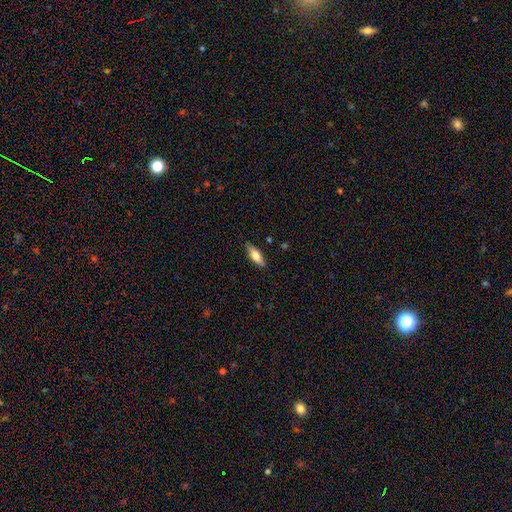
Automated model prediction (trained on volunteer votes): Smooth or featured?
  - smooth: 74% *
  - featured or disk: 20%
  - star or artifact: 6%
How rounded?
  - in between: 67% *
  - cigar-shaped: 31%
  - round: 2%
Merging?
  - none: 83% *
  - minor disturbance: 13%
  - major disturbance: 3%
  - merger: 1%